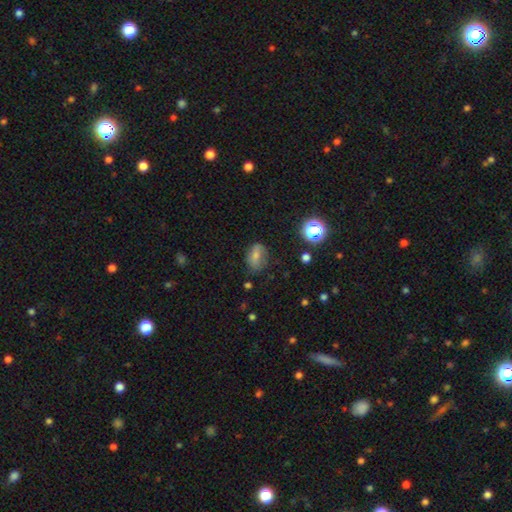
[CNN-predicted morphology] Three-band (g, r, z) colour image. It shows a smooth galaxy with no disk features (64%) that is in between round and cigar-shaped (77%). Merging: none (64%).